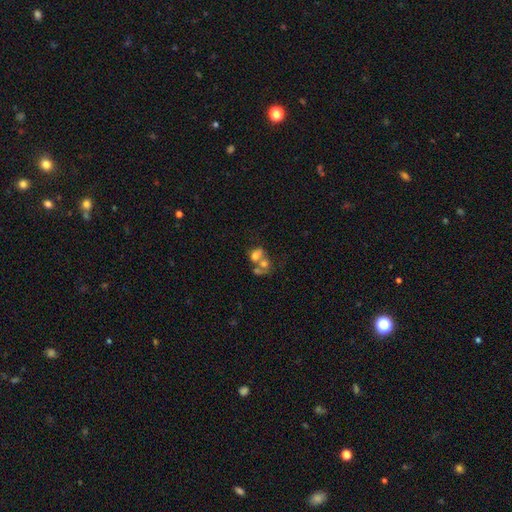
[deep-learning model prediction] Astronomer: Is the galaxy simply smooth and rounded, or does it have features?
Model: smooth — 59%.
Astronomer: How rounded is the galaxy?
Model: in between — 56% (runner-up: round, 43%).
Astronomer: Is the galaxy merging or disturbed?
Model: merger — 65%.